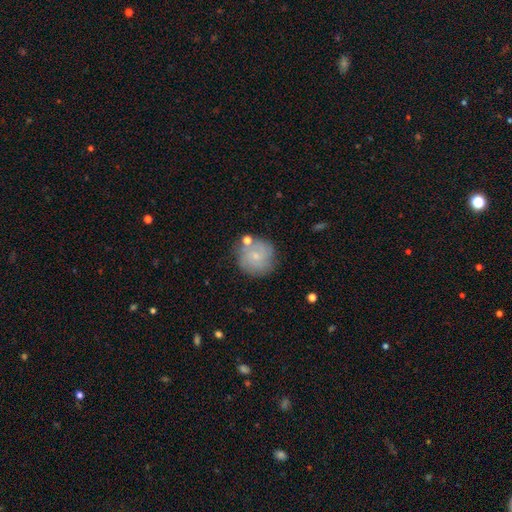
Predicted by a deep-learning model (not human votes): Smooth or featured: smooth — 54% (featured or disk — 38%)
How rounded: round — 92% (in between — 7%)
Merging: none — 72% (minor disturbance — 16%)